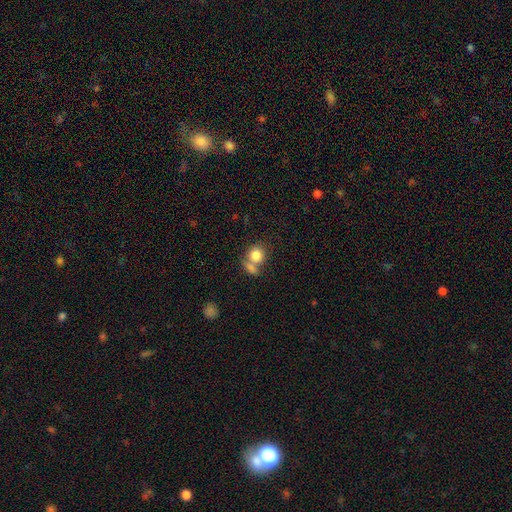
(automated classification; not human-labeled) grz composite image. It shows a smooth galaxy with no disk features (82%) that is round (77%). Merging: none (44%).